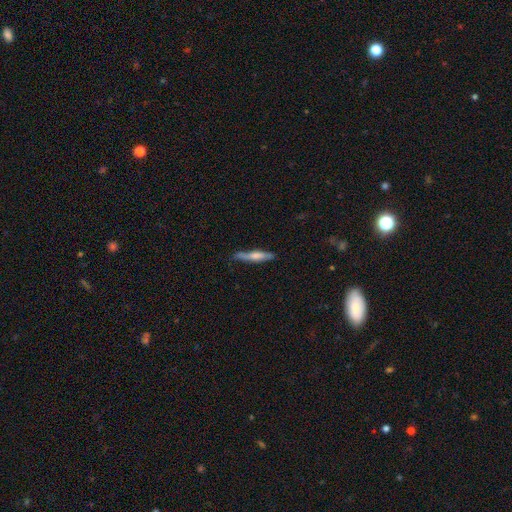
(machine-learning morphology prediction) Smooth or featured?
  - smooth: 58% *
  - featured or disk: 36%
  - star or artifact: 6%
How rounded?
  - cigar-shaped: 89% *
  - in between: 10%
  - round: 2%
Merging?
  - none: 77% *
  - minor disturbance: 18%
  - major disturbance: 3%
  - merger: 2%